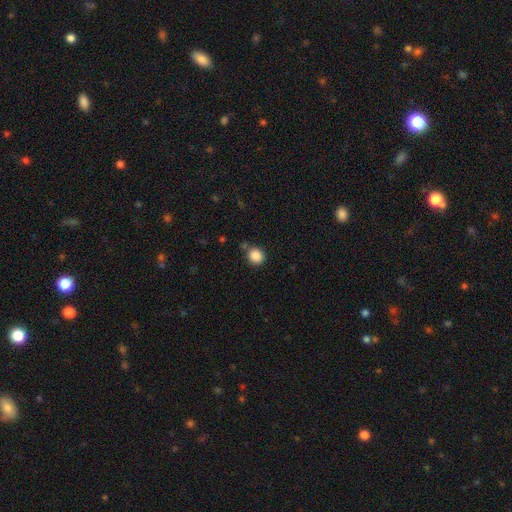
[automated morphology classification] A smooth galaxy with no disk features (87%) that is round (83%).

Vote fractions:
- Smooth or featured? smooth: 87% / star or artifact: 10% / featured or disk: 3%
- How rounded? round: 83% / in between: 16% / cigar-shaped: 1%
- Merging? none: 78% / minor disturbance: 12% / merger: 7% / major disturbance: 3%